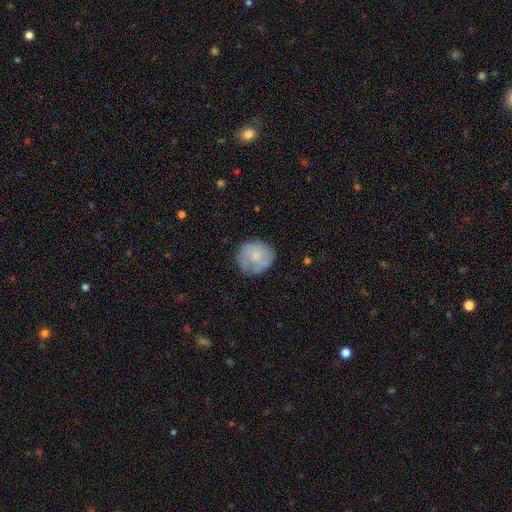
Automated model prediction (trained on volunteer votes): Smooth or featured?
  - smooth: 68% *
  - featured or disk: 25%
  - star or artifact: 7%
How rounded?
  - round: 87% *
  - in between: 12%
  - cigar-shaped: 1%
Merging?
  - none: 72% *
  - minor disturbance: 20%
  - major disturbance: 6%
  - merger: 1%